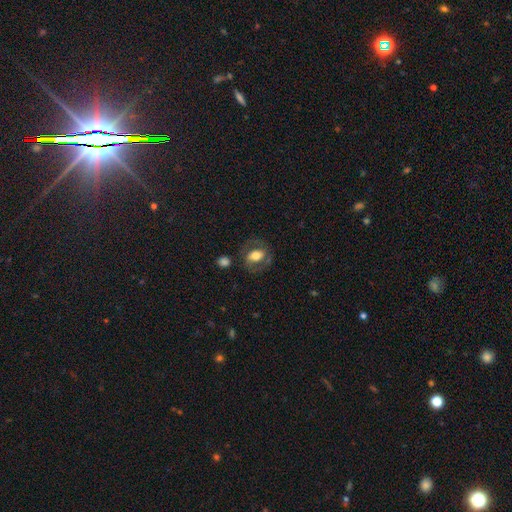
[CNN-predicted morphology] Smooth or featured? featured or disk (48%)
Merging? none (70%)